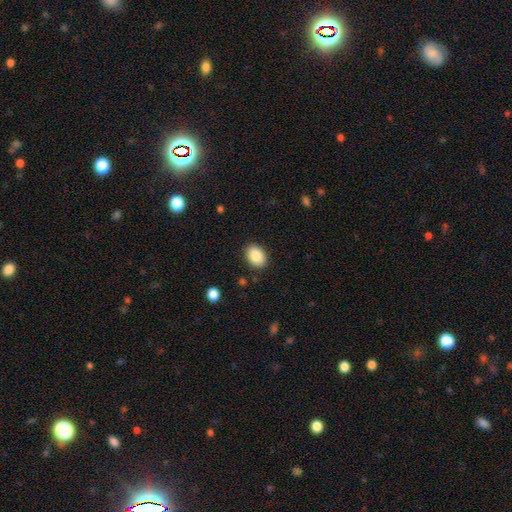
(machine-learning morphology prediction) Q: Smooth or featured?
A: smooth (87%); runner-up: star or artifact (7%)
Q: How rounded?
A: in between (76%); runner-up: round (23%)
Q: Merging?
A: none (88%); runner-up: minor disturbance (9%)